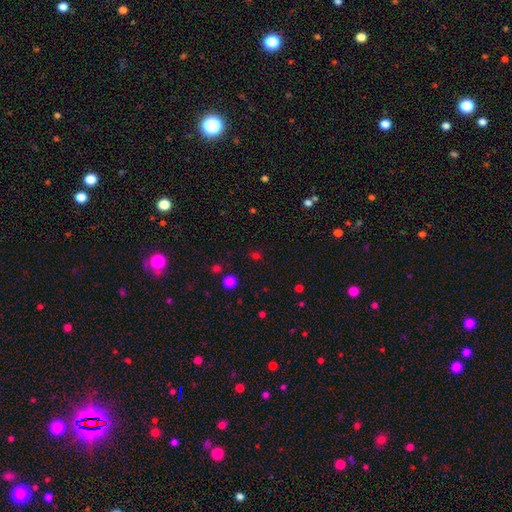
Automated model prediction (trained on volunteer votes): The model was most divided on "smooth or featured": smooth: 54%, star or artifact: 40%, featured or disk: 6%. More confident: merging — none (81%); how rounded — round (76%).